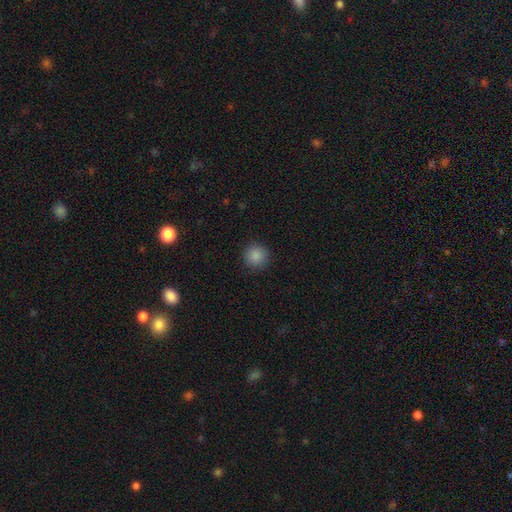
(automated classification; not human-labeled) smooth_or_featured: smooth (p=0.87) [alt: star or artifact p=0.10]
how_rounded: round (p=0.94) [alt: in between p=0.05]
merging: none (p=0.91) [alt: minor disturbance p=0.06]